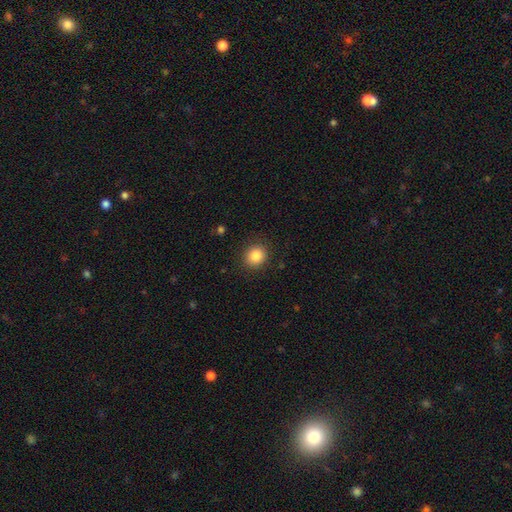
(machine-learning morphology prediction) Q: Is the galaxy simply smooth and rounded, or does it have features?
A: smooth — 86%.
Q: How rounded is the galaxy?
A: round — 83%.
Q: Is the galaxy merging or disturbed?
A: none — 89%.